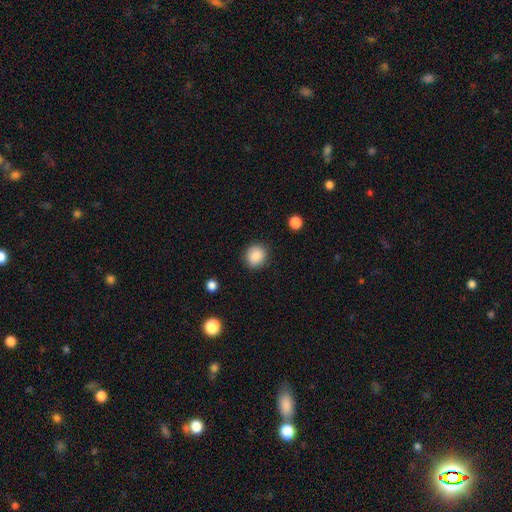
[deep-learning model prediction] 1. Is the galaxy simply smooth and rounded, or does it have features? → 87% smooth, 9% star or artifact, 4% featured or disk.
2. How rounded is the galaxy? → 81% round, 18% in between, 1% cigar-shaped.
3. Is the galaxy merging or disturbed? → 87% none, 9% minor disturbance, 3% major disturbance, 1% merger.